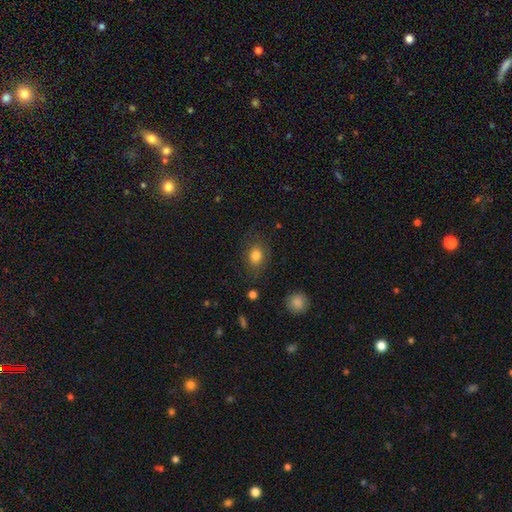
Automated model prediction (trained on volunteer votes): smooth 81%, star or artifact 10%, featured or disk 9%. Down the decision tree: how rounded — in between (58%); merging — none (74%).